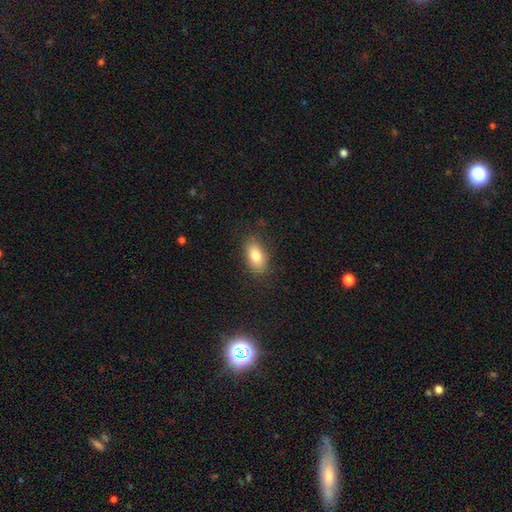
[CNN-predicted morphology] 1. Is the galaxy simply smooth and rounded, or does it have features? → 81% smooth, 11% featured or disk, 8% star or artifact.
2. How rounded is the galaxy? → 89% in between, 6% round, 4% cigar-shaped.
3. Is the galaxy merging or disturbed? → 84% none, 11% minor disturbance, 3% major disturbance, 1% merger.